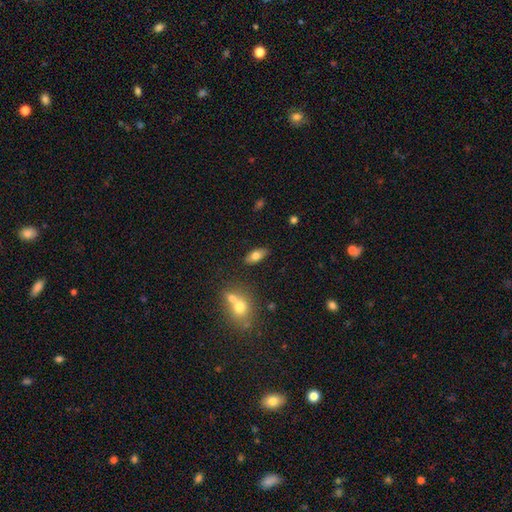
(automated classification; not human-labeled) A smooth galaxy with no disk features (72%) that is in between round and cigar-shaped (83%).

Vote fractions:
- Smooth or featured? smooth: 72% / featured or disk: 20% / star or artifact: 8%
- How rounded? in between: 83% / cigar-shaped: 13% / round: 4%
- Merging? none: 83% / minor disturbance: 10% / merger: 5% / major disturbance: 3%